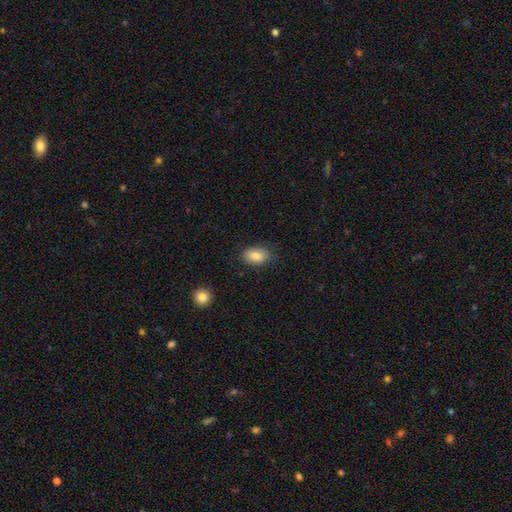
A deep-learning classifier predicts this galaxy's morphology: A smooth galaxy with no disk features (85%) that is in between round and cigar-shaped (88%). Merging: none (82%).